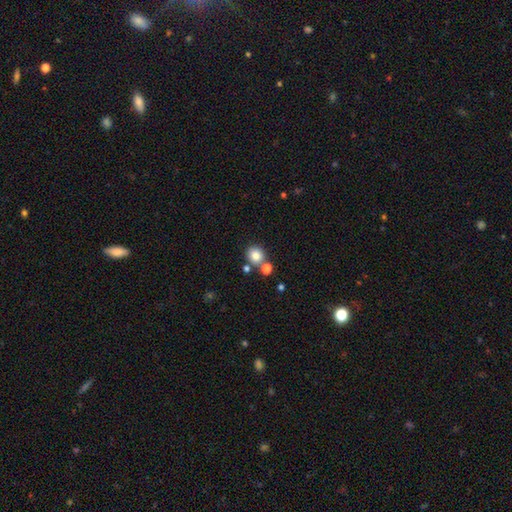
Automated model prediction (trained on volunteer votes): Morphology: type=smooth (81%); roundness=round (85%); merging=none (71%).